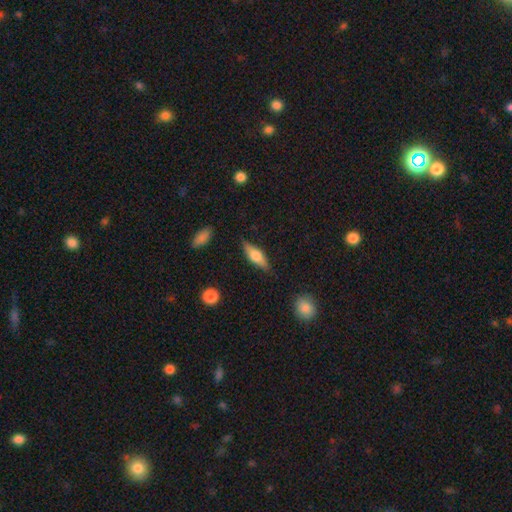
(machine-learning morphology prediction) smooth 52%, featured or disk 42%, star or artifact 6%. Down the decision tree: how rounded — in between (53%); merging — none (82%).